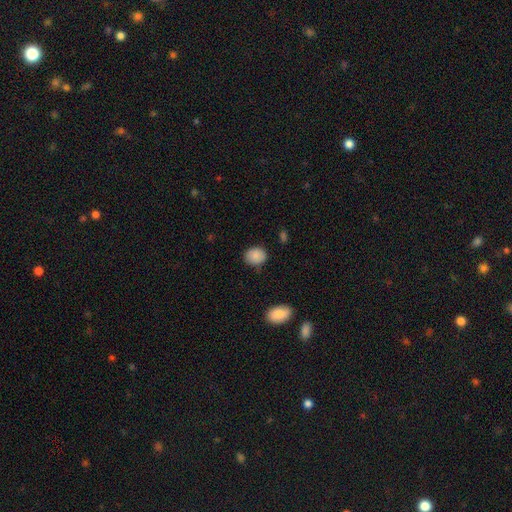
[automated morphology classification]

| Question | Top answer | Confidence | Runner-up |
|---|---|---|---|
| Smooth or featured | smooth | 87% | star or artifact (8%) |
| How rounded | round | 55% | in between (44%) |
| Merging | none | 81% | minor disturbance (14%) |